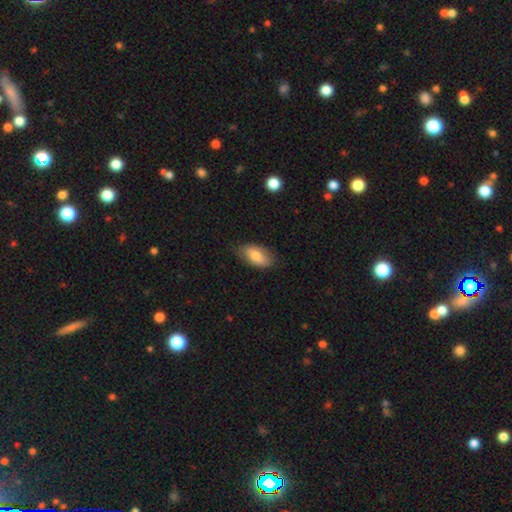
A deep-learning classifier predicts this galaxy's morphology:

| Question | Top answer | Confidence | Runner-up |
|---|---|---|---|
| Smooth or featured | smooth | 77% | featured or disk (16%) |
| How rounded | in between | 92% | round (4%) |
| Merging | none | 77% | minor disturbance (18%) |